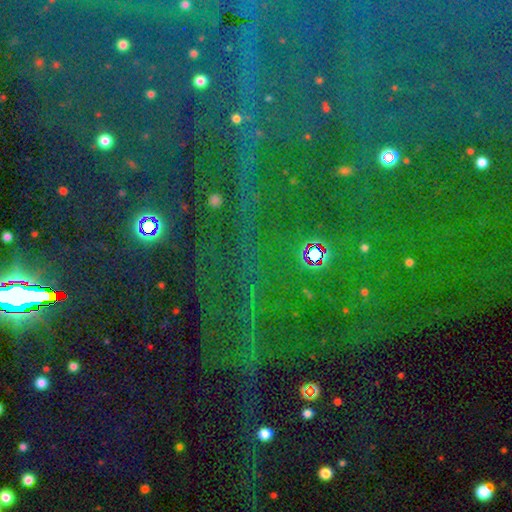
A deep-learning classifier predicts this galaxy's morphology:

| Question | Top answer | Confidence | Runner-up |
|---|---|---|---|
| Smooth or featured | star or artifact | 86% | smooth (8%) |